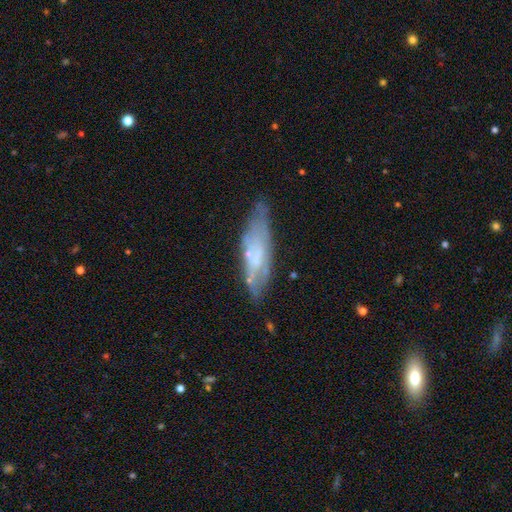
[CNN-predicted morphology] Smooth or featured? featured or disk (59%)
Edge-on disk? no (58%)
Merging? none (66%)